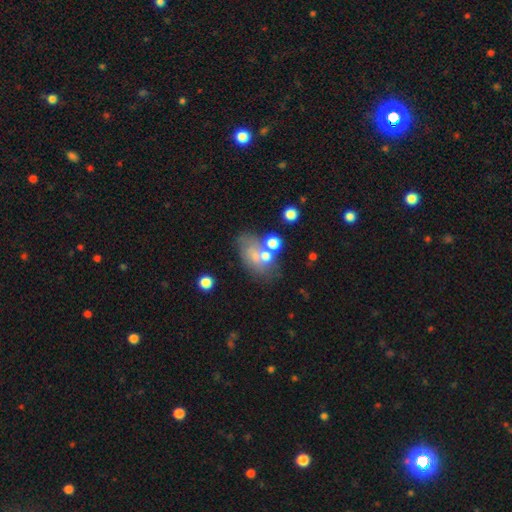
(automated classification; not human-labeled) Smooth or featured: smooth — 49% (featured or disk — 31%)
Merging: none — 45% (merger — 22%)